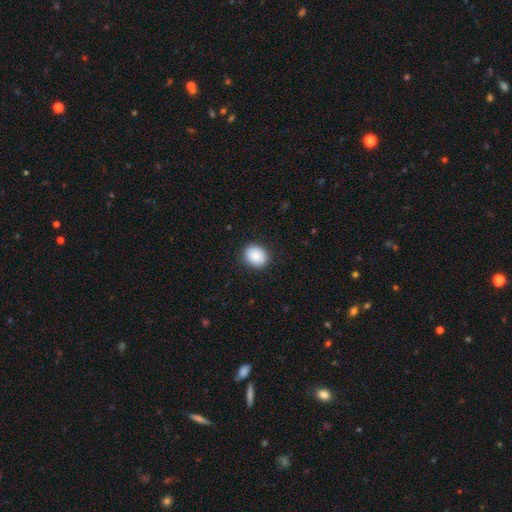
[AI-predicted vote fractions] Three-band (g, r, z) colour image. It shows a smooth galaxy with no disk features (87%) that is round (60%). Merging: none (88%).